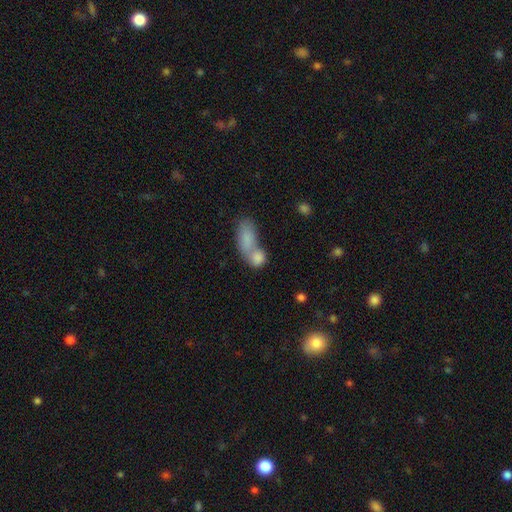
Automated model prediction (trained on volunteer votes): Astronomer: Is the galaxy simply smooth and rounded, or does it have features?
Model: smooth — 82%.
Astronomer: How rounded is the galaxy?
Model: in between — 71%.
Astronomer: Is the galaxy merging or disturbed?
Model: merger — 66%.